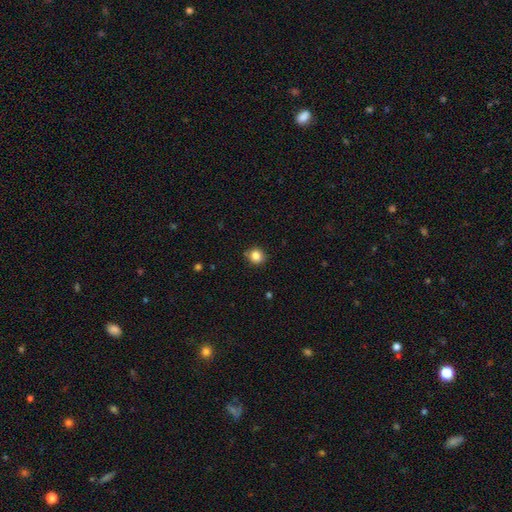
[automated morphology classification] Smooth or featured? smooth (84%)
How rounded? round (83%)
Merging? none (85%)